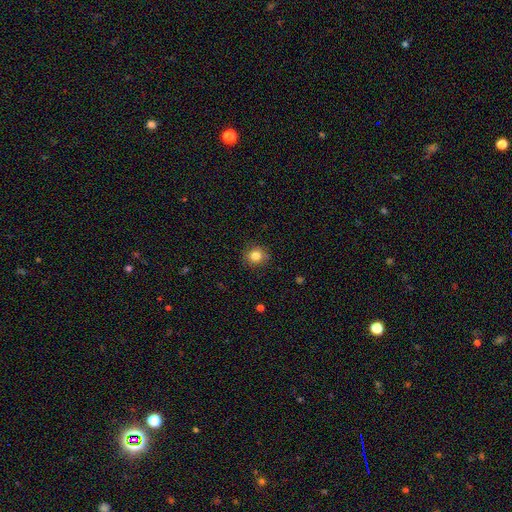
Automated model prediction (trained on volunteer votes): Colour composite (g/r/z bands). It shows a smooth galaxy with no disk features (83%) that is round (84%). Merging: none (88%).